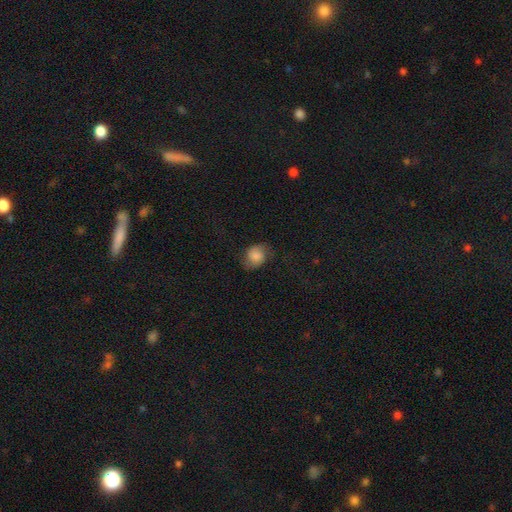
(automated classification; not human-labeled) The model was most divided on "how rounded": round: 58%, in between: 41%, cigar-shaped: 1%. More confident: merging — none (67%); smooth or featured — smooth (67%).